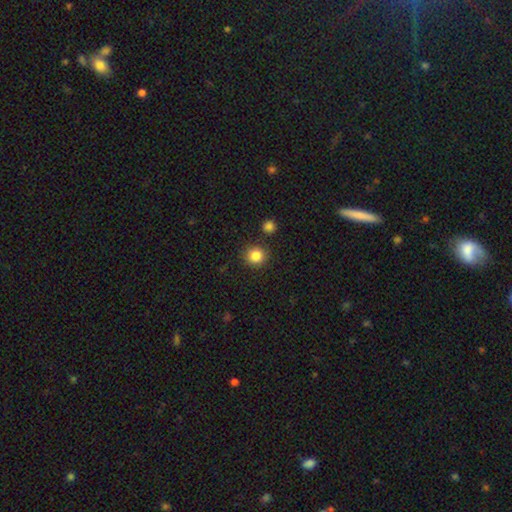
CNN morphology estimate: smooth_or_featured: smooth (p=0.85) [alt: star or artifact p=0.10]
how_rounded: round (p=0.90) [alt: in between p=0.09]
merging: none (p=0.87) [alt: minor disturbance p=0.07]